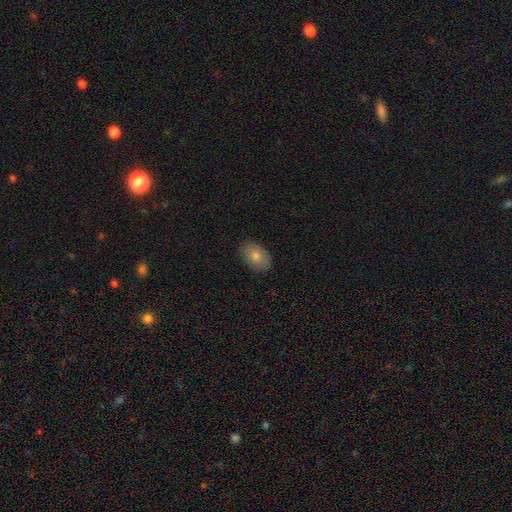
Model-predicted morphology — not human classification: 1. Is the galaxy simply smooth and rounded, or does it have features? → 79% smooth, 13% featured or disk, 8% star or artifact.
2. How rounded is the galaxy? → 89% in between, 10% round, 1% cigar-shaped.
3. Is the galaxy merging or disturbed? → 88% none, 10% minor disturbance, 2% major disturbance, 1% merger.